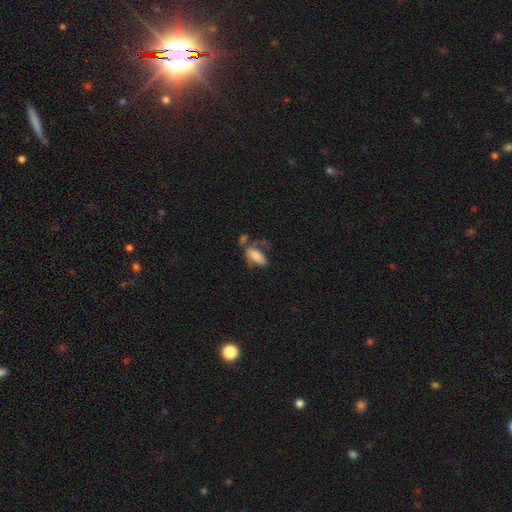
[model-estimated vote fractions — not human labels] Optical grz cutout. It shows a smooth galaxy with no disk features (72%) that is in between round and cigar-shaped (88%). Merging: none (33%).